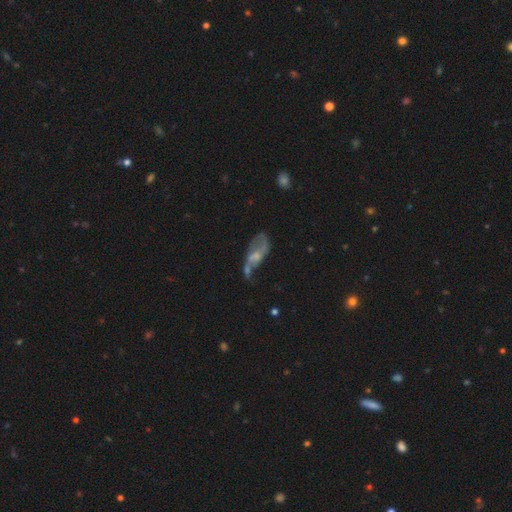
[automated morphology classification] smooth-or-featured: featured or disk: 63% | smooth: 28% | star or artifact: 9%
  disk-edge-on: no: 93% | yes: 7%
    bar: no: 60% | weak: 31% | strong: 8%
    has-spiral-arms: yes: 63% | no: 37%
    bulge-size: small: 50% | moderate: 26% | none: 20% | large: 3% | dominant: 1%
  merging: major disturbance: 32% | none: 28% | minor disturbance: 22% | merger: 18%